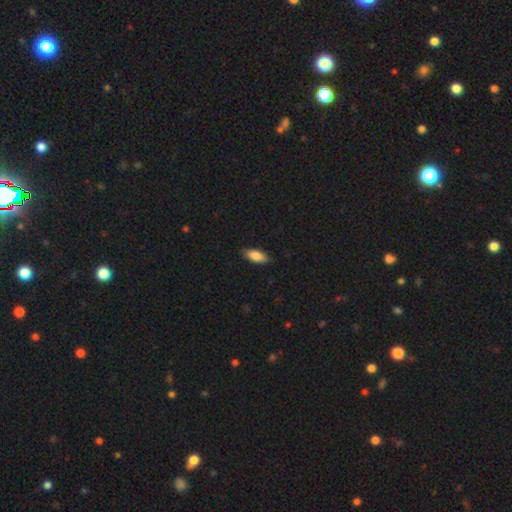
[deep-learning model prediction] smooth-or-featured: smooth: 84% | featured or disk: 10% | star or artifact: 6%
  how-rounded: in between: 79% | cigar-shaped: 19% | round: 2%
  merging: none: 86% | minor disturbance: 11% | major disturbance: 2% | merger: 1%